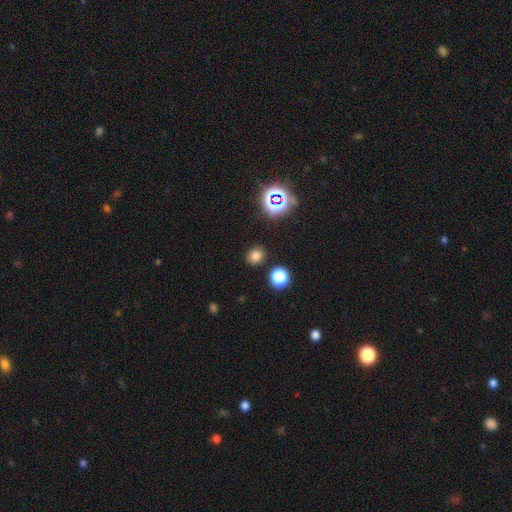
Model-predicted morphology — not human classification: Q: Smooth or featured?
A: smooth (74%); runner-up: star or artifact (21%)
Q: How rounded?
A: round (74%); runner-up: in between (25%)
Q: Merging?
A: none (88%); runner-up: minor disturbance (7%)